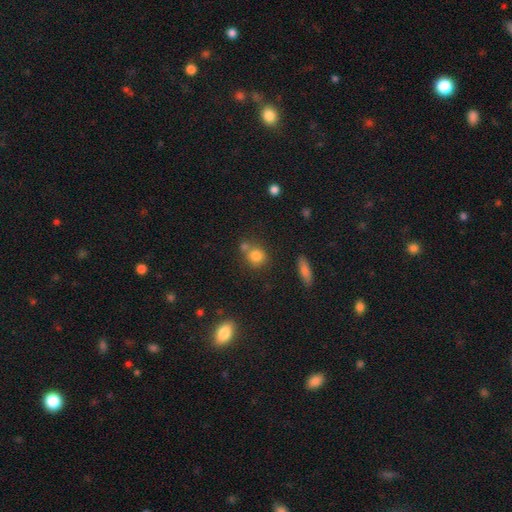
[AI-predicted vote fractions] Smooth or featured: smooth — 79% (star or artifact — 12%)
How rounded: round — 78% (in between — 20%)
Merging: none — 53% (merger — 31%)